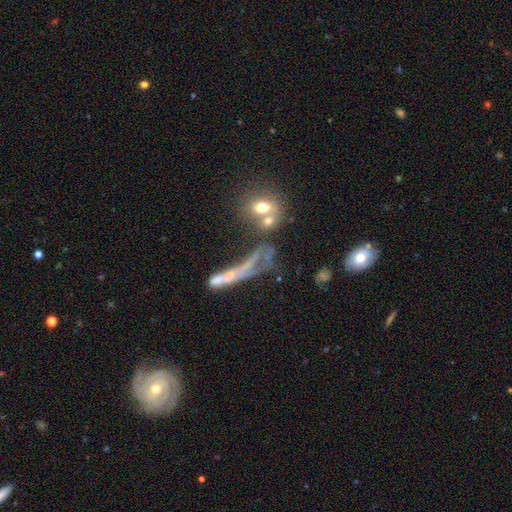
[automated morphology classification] smooth_or_featured: featured or disk (p=0.51) [alt: smooth p=0.31]
disk_edge_on: no (p=0.64) [alt: yes p=0.36]
merging: major disturbance (p=0.33) [tied with: merger p=0.33]